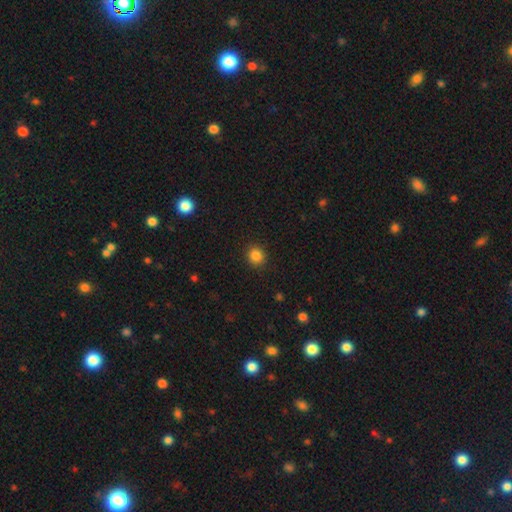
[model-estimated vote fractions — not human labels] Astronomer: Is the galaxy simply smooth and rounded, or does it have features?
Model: smooth — 85%.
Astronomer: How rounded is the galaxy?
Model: round — 83%.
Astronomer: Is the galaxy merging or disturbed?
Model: none — 90%.